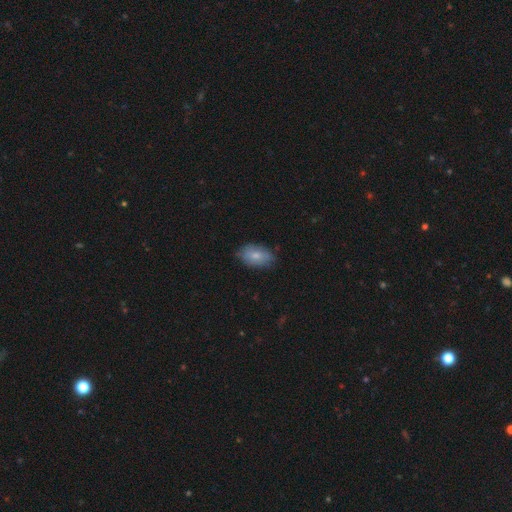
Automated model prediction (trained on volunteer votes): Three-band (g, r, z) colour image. It shows a smooth galaxy with no disk features (77%) that is in between round and cigar-shaped (91%). Merging: none (72%).